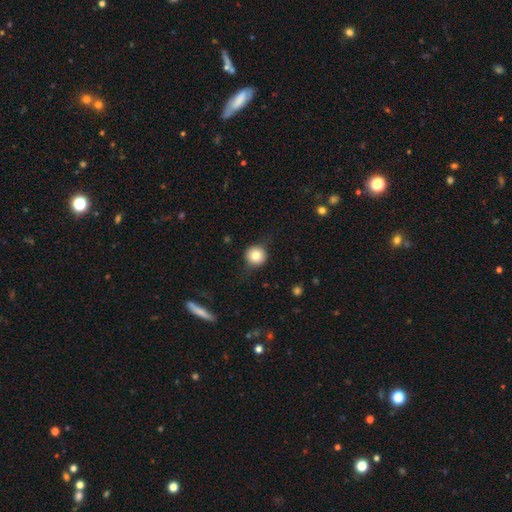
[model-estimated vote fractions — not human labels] smooth_or_featured: smooth (p=0.79) [alt: featured or disk p=0.11]
how_rounded: round (p=0.94) [alt: in between p=0.05]
merging: none (p=0.83) [alt: minor disturbance p=0.11]